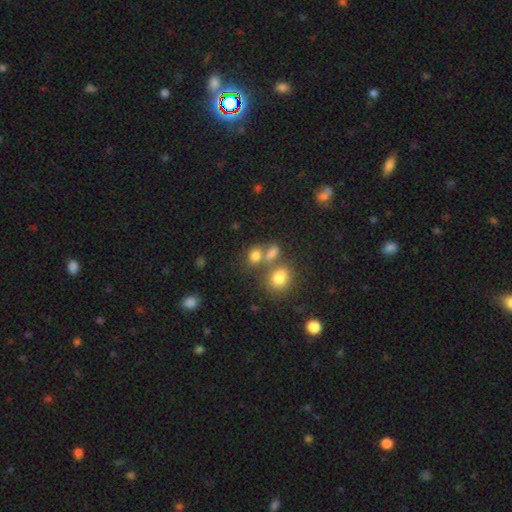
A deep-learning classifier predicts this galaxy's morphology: This is likely a smooth galaxy (75%). How rounded: possibly in between (49%, tied with round). Merging: possibly none (45%).